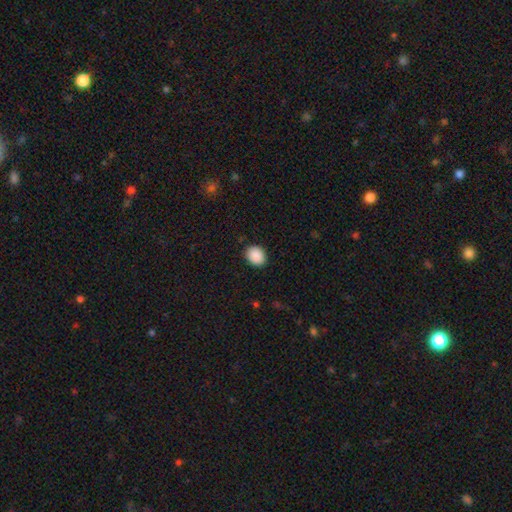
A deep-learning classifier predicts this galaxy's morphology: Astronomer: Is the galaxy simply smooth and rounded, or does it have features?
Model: smooth — 90%.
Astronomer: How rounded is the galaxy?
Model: round — 51% (runner-up: in between, 48%).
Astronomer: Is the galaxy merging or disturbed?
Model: none — 89%.